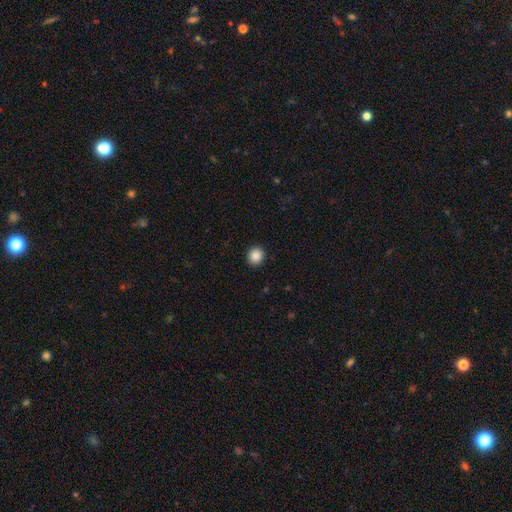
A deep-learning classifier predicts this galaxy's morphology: Smooth or featured? smooth (87%)
How rounded? round (81%)
Merging? none (92%)